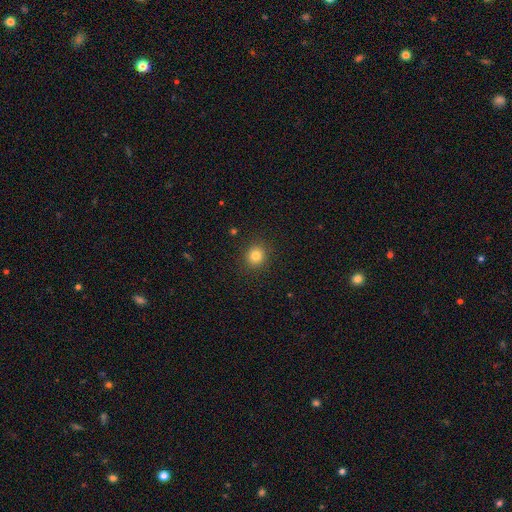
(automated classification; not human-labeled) smooth_or_featured: smooth (p=0.81) [alt: star or artifact p=0.13]
how_rounded: round (p=0.88) [alt: in between p=0.11]
merging: none (p=0.90) [alt: minor disturbance p=0.06]